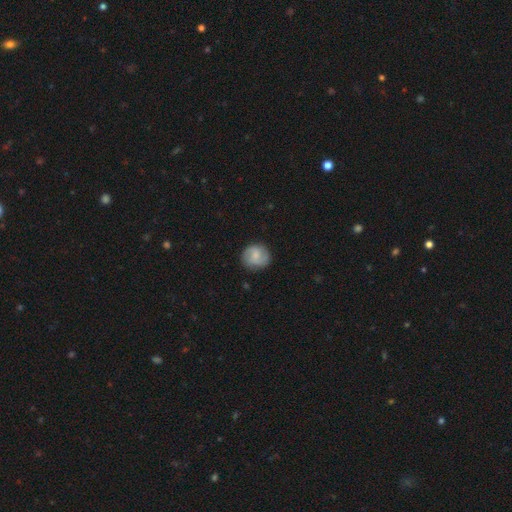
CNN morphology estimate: The model was most divided on "smooth or featured": smooth: 54%, featured or disk: 39%, star or artifact: 7%. More confident: how rounded — round (84%); merging — none (81%).